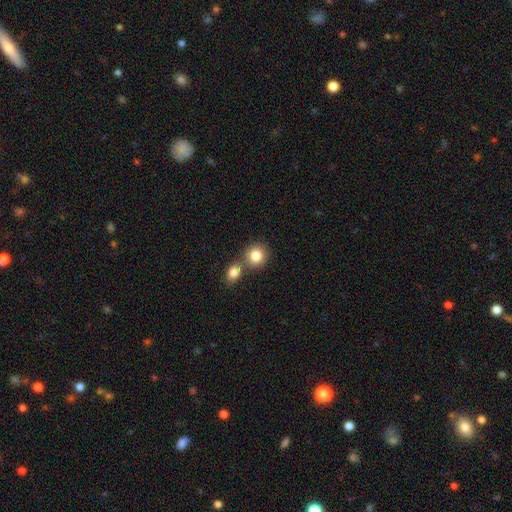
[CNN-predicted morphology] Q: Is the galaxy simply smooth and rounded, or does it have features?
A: smooth — 82%.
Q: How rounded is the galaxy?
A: round — 84%.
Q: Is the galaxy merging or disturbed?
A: none — 55%.